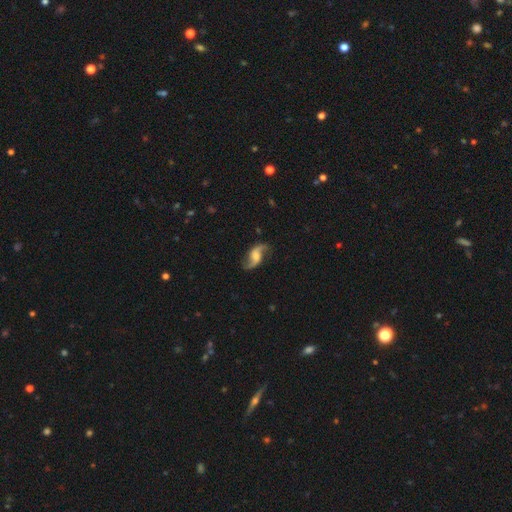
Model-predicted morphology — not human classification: featured or disk 87%, smooth 8%, star or artifact 5%. Down the decision tree: edge-on disk — no (97%); bar — no (45%); spiral arms — yes (97%); spiral arm count — 2 (94%); spiral winding — loose (75%); bulge size — moderate (38%); merging — none (80%).